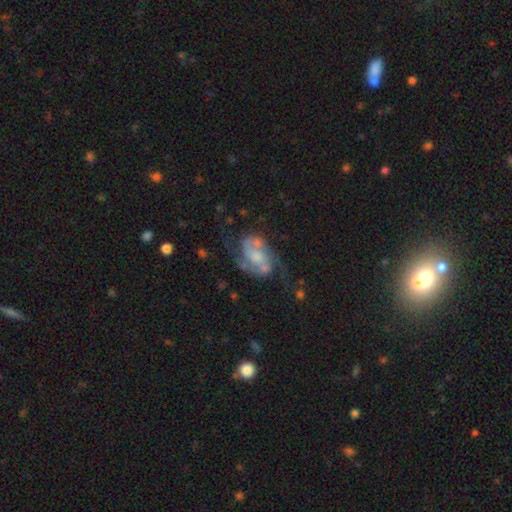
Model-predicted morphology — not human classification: featured or disk 81%, smooth 12%, star or artifact 8%. Down the decision tree: edge-on disk — no (97%); bar — no (52%); spiral arms — yes (91%); spiral arm count — 2 (84%); spiral winding — medium (52%); bulge size — small (39%); merging — none (55%).